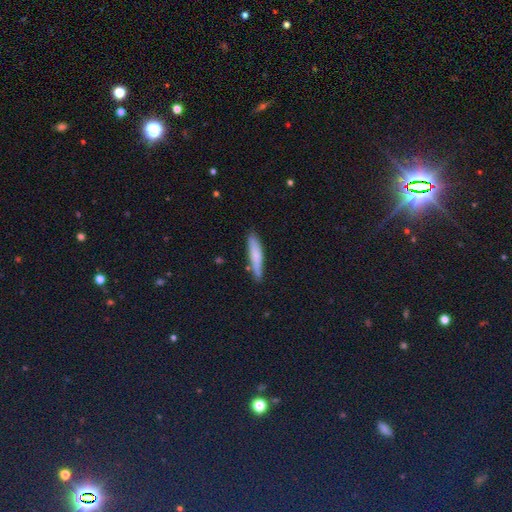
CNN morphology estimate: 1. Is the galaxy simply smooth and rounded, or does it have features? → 74% smooth, 19% featured or disk, 8% star or artifact.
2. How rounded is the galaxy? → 87% cigar-shaped, 12% in between, 2% round.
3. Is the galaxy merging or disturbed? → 83% none, 13% minor disturbance, 3% merger, 2% major disturbance.